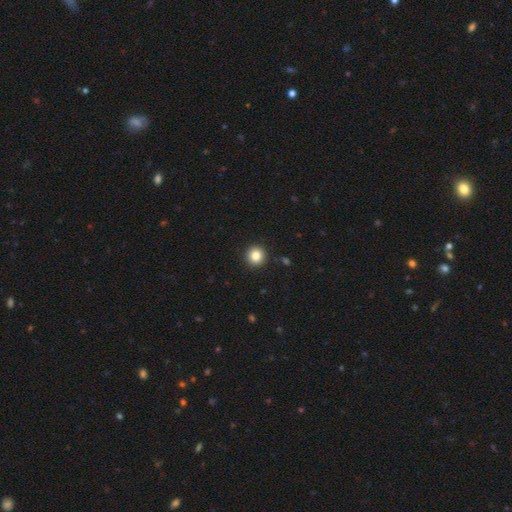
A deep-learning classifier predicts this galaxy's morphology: Smooth or featured? Predicted: smooth (p=0.84). How rounded? Predicted: round (p=0.94). Merging? Predicted: none (p=0.93).